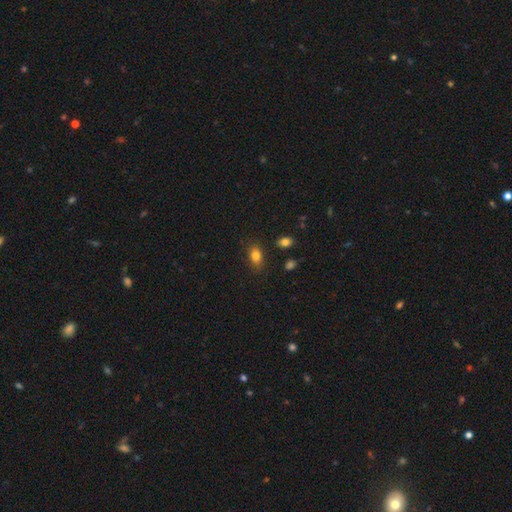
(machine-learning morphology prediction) A smooth galaxy with no disk features (83%) that is in between round and cigar-shaped (82%). Merging: none (80%).